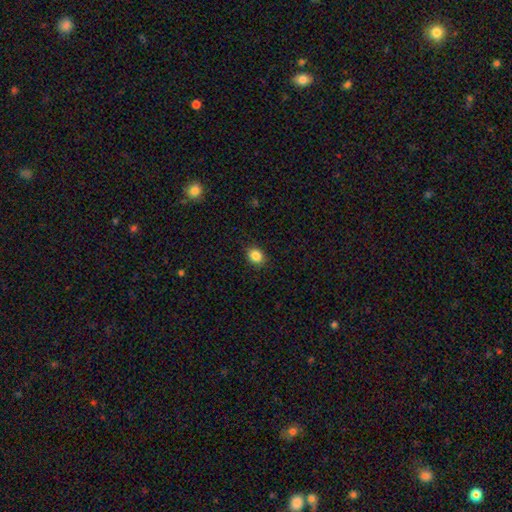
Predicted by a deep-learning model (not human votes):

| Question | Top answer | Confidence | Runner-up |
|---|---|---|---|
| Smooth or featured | smooth | 85% | star or artifact (10%) |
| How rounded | round | 56% | in between (43%) |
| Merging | none | 88% | minor disturbance (9%) |